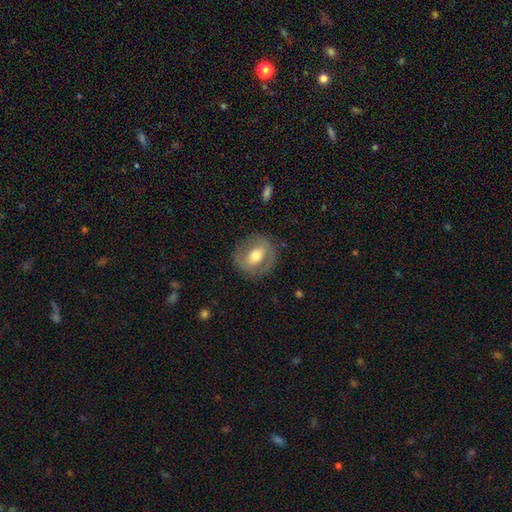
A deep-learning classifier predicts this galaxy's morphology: A featured or disk galaxy (55%) with a weak bar (38%), no spiral arms (60%) and a moderate central bulge (73%).

Vote fractions:
- Smooth or featured? featured or disk: 55% / smooth: 38% / star or artifact: 7%
- Edge-on disk? no: 93% / yes: 7%
- Bar? weak: 38% / no: 33% / strong: 29%
- Spiral arms? no: 60% / yes: 40%
- Bulge size? moderate: 73% / small: 13% / large: 12% / dominant: 1% / none: 1%
- Merging? none: 82% / minor disturbance: 12% / major disturbance: 5% / merger: 1%